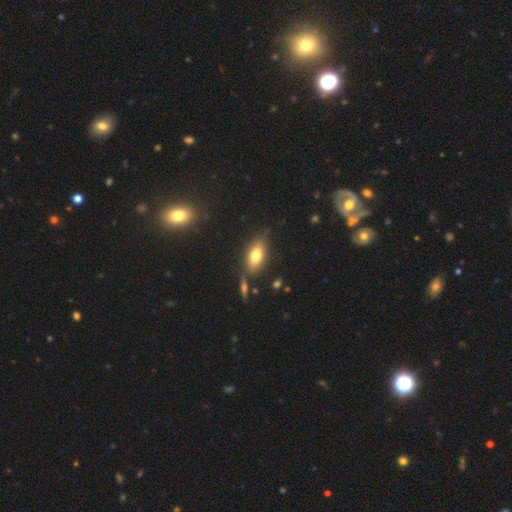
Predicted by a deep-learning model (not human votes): Overall: smooth (76%). How rounded: in between (87%). Merging: none (77%).